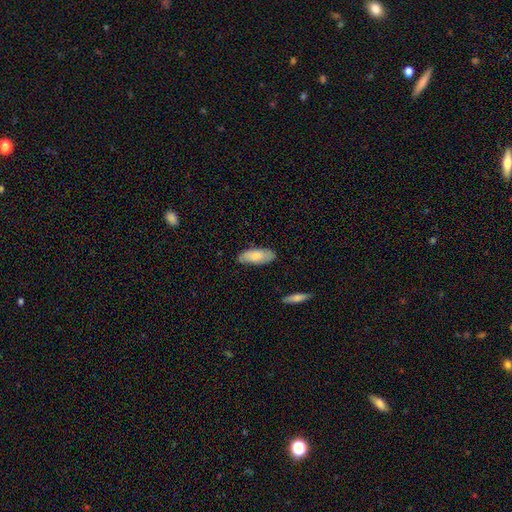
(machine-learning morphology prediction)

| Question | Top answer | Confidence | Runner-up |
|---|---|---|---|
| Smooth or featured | smooth | 80% | featured or disk (15%) |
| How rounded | in between | 78% | cigar-shaped (20%) |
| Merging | none | 83% | minor disturbance (14%) |